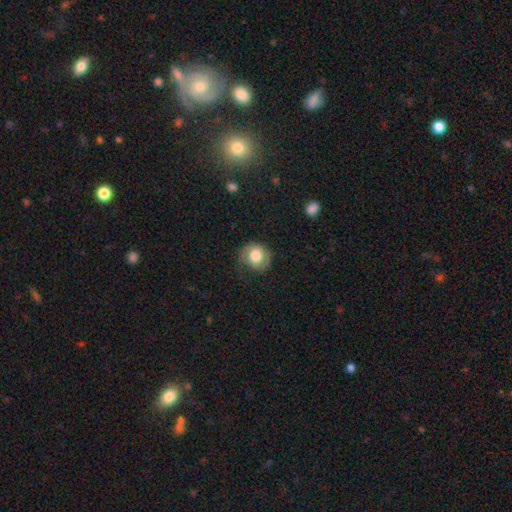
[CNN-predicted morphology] Q: Smooth or featured?
A: smooth (72%); runner-up: featured or disk (20%)
Q: How rounded?
A: round (79%); runner-up: in between (20%)
Q: Merging?
A: none (65%); runner-up: minor disturbance (24%)